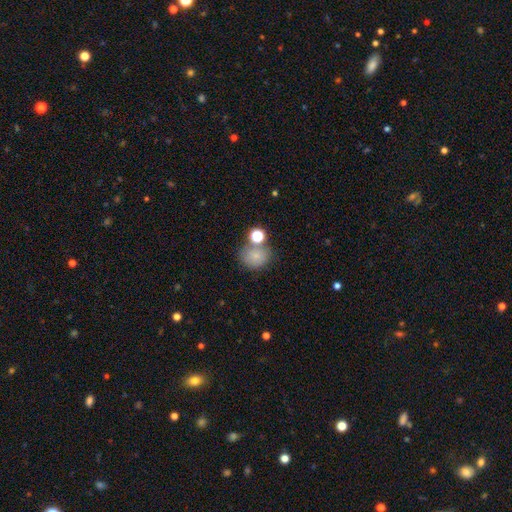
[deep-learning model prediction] Morphology: type=smooth (77%); roundness=round (68%); merging=none (59%).